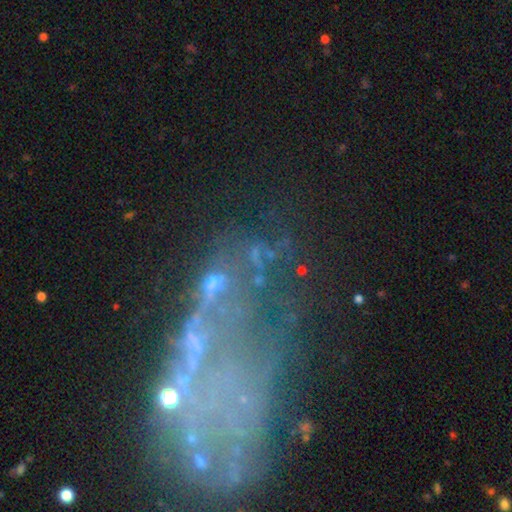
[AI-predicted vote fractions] A star or artifact, not a galaxy (43%).